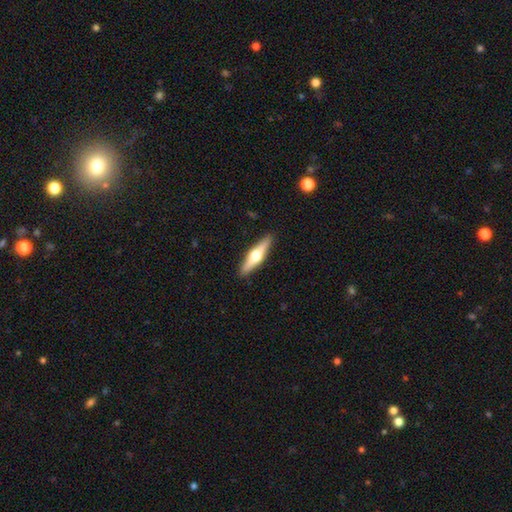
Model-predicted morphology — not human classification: type=featured or disk (61%); edge-on=yes (96%); edge-on bulge=rounded (95%); merging=none (91%).